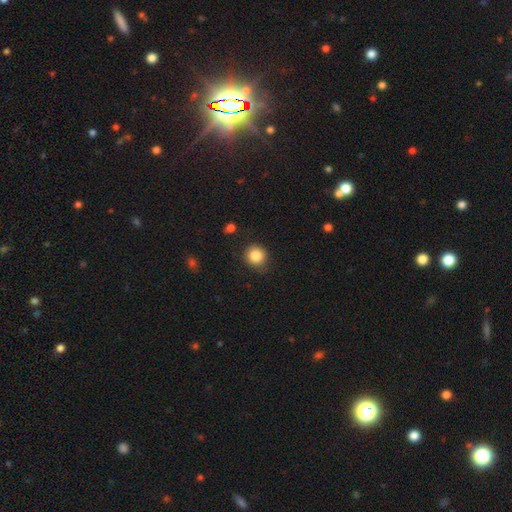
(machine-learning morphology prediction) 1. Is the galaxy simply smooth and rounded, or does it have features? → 85% smooth, 10% star or artifact, 5% featured or disk.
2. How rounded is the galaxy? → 89% round, 10% in between, 1% cigar-shaped.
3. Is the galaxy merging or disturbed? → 84% none, 11% minor disturbance, 3% major disturbance, 1% merger.